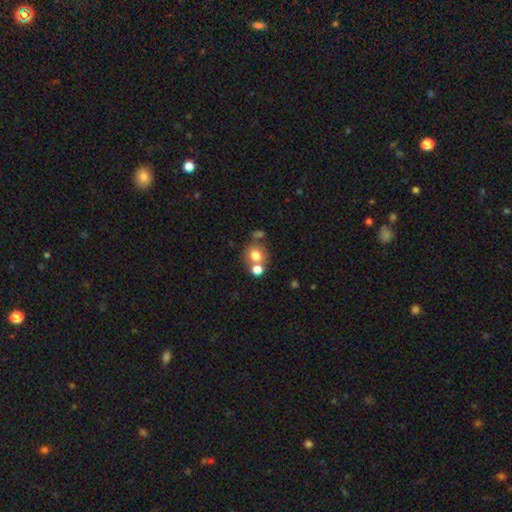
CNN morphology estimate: smooth 75%, featured or disk 12%, star or artifact 12%. Down the decision tree: how rounded — round (77%); merging — none (55%).